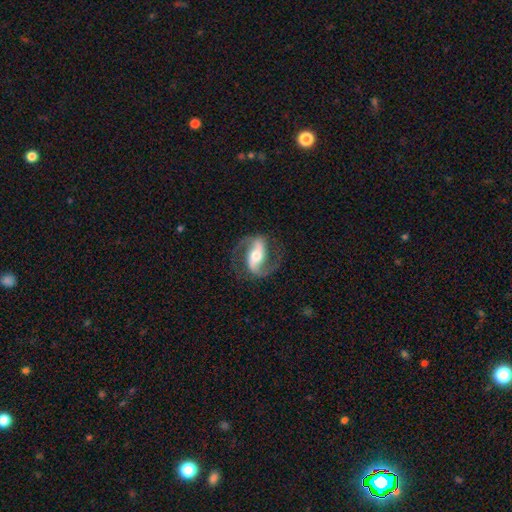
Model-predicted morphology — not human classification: smooth_or_featured: featured or disk (p=0.88) [alt: smooth p=0.08]
disk_edge_on: no (p=0.95) [alt: yes p=0.05]
bar: strong (p=0.59) [alt: weak p=0.25]
has_spiral_arms: yes (p=0.96) [alt: no p=0.04]
spiral_winding: medium (p=0.51) [alt: loose p=0.34]
spiral_arm_count: 2 (p=0.93) [alt: 1 p=0.02]
bulge_size: moderate (p=0.63) [alt: small p=0.22]
merging: none (p=0.79) [alt: minor disturbance p=0.13]